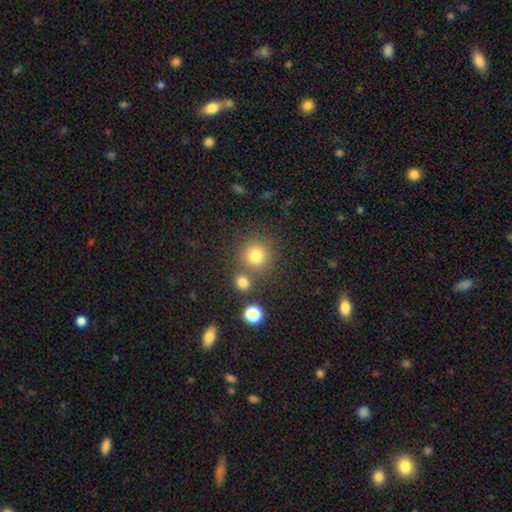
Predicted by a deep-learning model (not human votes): Smooth or featured? Predicted: smooth (p=0.80). How rounded? Predicted: round (p=0.92). Merging? Predicted: none (p=0.73).